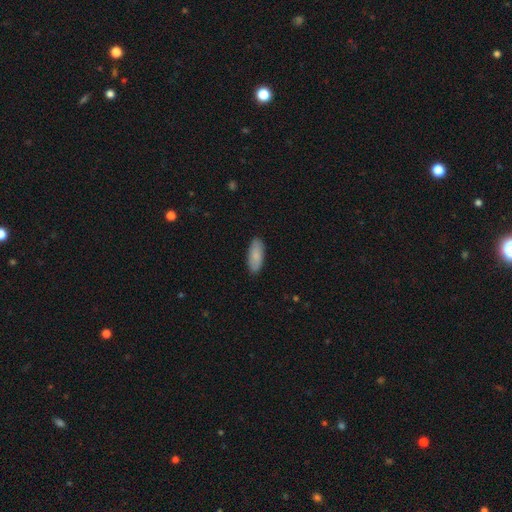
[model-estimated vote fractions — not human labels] A smooth galaxy with no disk features (85%) that is in between round and cigar-shaped (81%). Merging: none (88%).